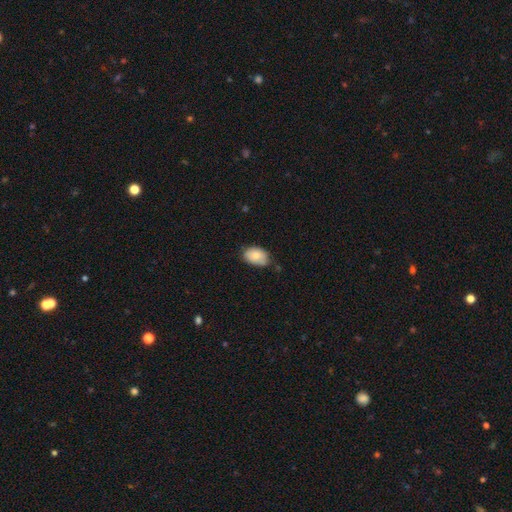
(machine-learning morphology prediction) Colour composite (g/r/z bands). It shows a smooth galaxy with no disk features (79%) that is in between round and cigar-shaped (85%). Merging: none (64%).